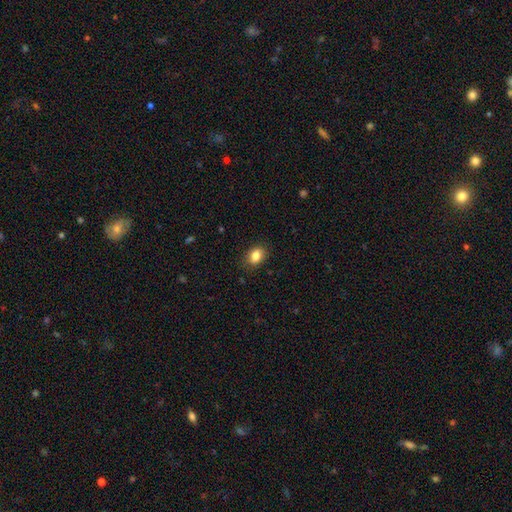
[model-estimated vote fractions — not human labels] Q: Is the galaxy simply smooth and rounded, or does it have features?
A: smooth — 85%.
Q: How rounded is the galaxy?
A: in between — 76%.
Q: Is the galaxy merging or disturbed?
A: none — 85%.